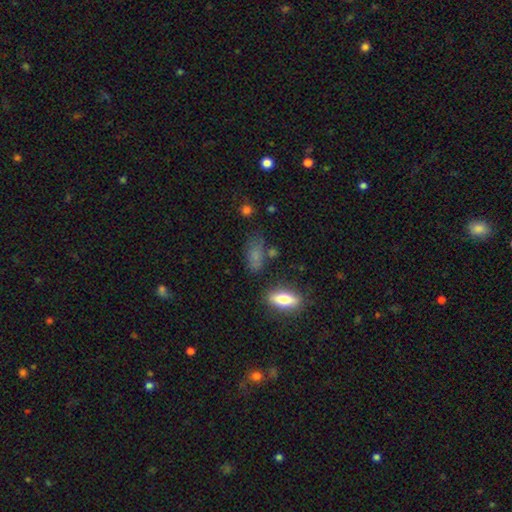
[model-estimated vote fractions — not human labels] Smooth or featured? Predicted: smooth (p=0.71). How rounded? Predicted: in between (p=0.75). Merging? Predicted: none (p=0.60).